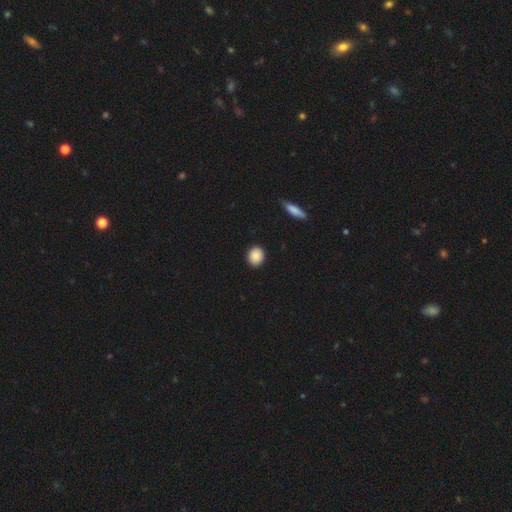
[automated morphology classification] Smooth or featured? Predicted: smooth (p=0.89). How rounded? Predicted: round (p=0.72). Merging? Predicted: none (p=0.91).